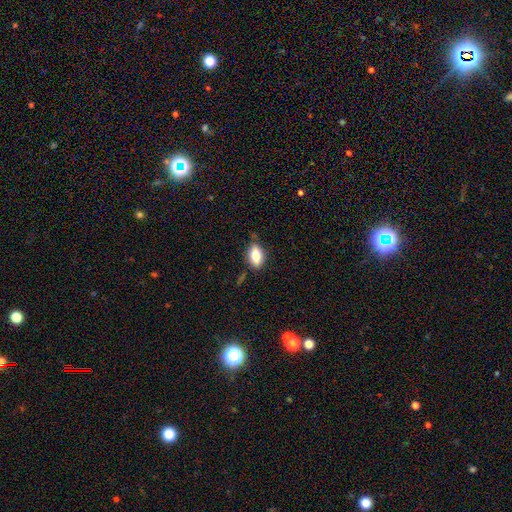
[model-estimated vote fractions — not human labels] Q: Smooth or featured?
A: smooth (77%); runner-up: featured or disk (15%)
Q: How rounded?
A: in between (88%); runner-up: round (7%)
Q: Merging?
A: none (74%); runner-up: minor disturbance (19%)